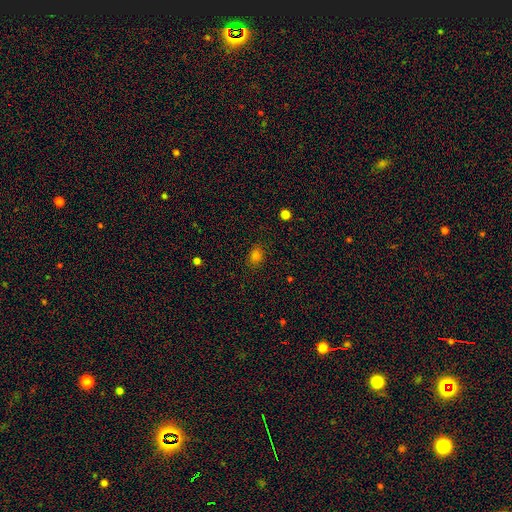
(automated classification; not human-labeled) smooth 79%, star or artifact 16%, featured or disk 5%. Down the decision tree: how rounded — in between (63%); merging — none (85%).